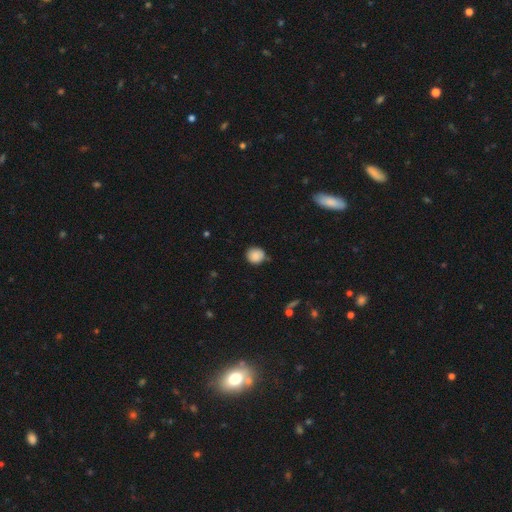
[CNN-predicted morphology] Smooth or featured?
  - smooth: 87% *
  - star or artifact: 9%
  - featured or disk: 4%
How rounded?
  - round: 89% *
  - in between: 10%
  - cigar-shaped: 1%
Merging?
  - none: 79% *
  - minor disturbance: 15%
  - major disturbance: 3%
  - merger: 3%